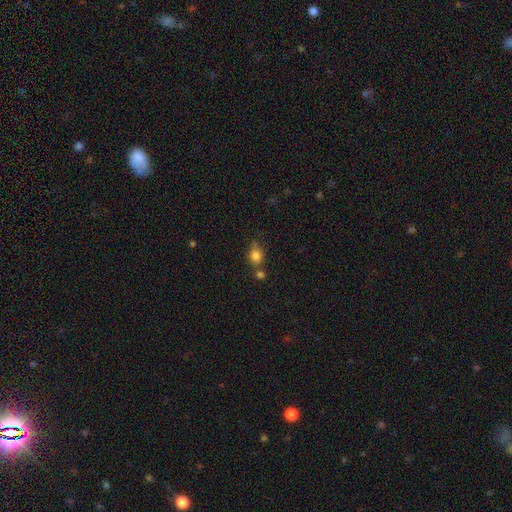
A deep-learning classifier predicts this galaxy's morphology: A smooth galaxy with no disk features (82%) that is round (69%).

Vote fractions:
- Smooth or featured? smooth: 82% / star or artifact: 11% / featured or disk: 7%
- How rounded? round: 69% / in between: 30% / cigar-shaped: 1%
- Merging? none: 58% / merger: 21% / minor disturbance: 16% / major disturbance: 5%